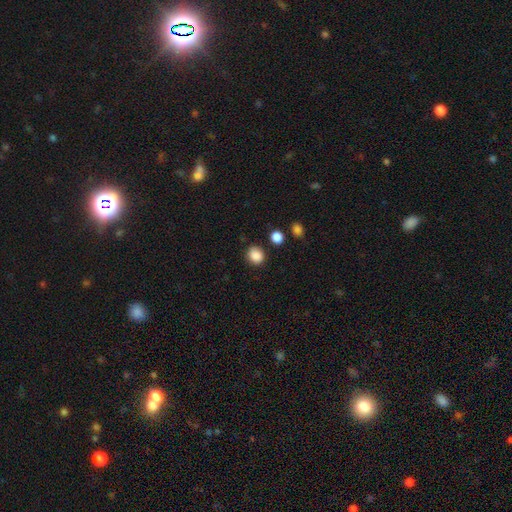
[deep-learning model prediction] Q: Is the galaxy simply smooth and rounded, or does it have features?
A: smooth — 87%.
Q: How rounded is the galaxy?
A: round — 76%.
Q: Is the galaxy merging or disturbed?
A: none — 85%.